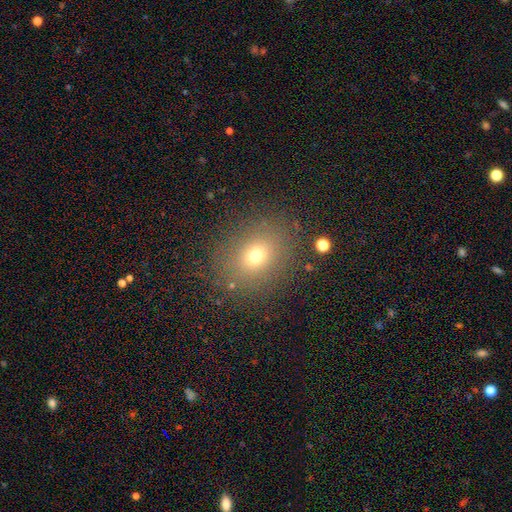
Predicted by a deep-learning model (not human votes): This appears to be a smooth galaxy with no disk features (69%) that is round (52%). Merging: none (85%).